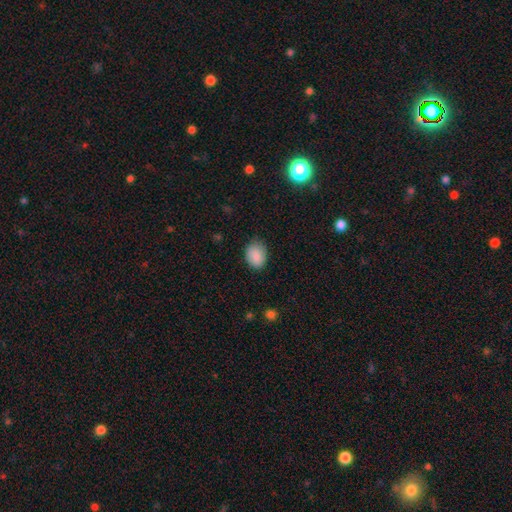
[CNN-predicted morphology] This is clearly a smooth galaxy (88%). How rounded: likely in between (64%). Merging: likely none (78%).